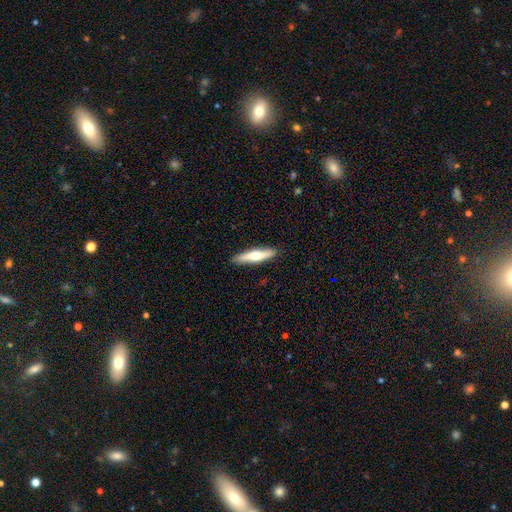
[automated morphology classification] smooth 56%, featured or disk 39%, star or artifact 5%. Down the decision tree: how rounded — cigar-shaped (84%); merging — none (89%).